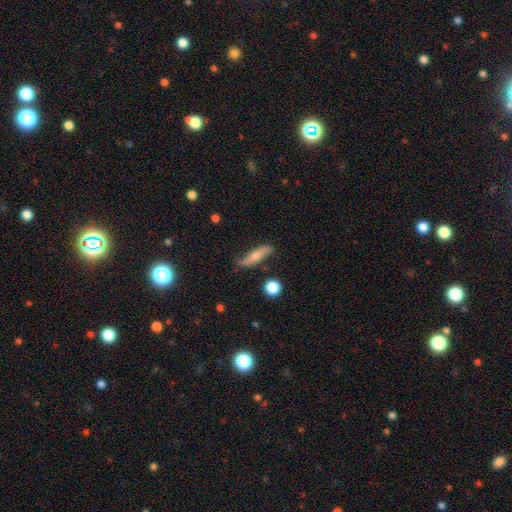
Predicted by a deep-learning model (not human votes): smooth_or_featured: featured or disk (p=0.49) [alt: smooth p=0.44]
merging: none (p=0.71) [alt: minor disturbance p=0.21]